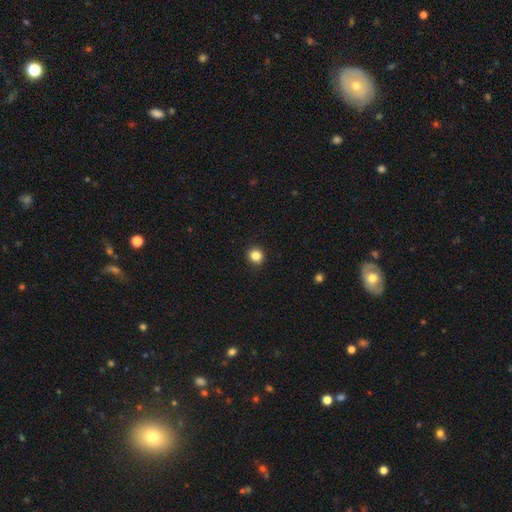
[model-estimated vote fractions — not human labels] smooth_or_featured: smooth (p=0.84) [alt: star or artifact p=0.11]
how_rounded: round (p=0.92) [alt: in between p=0.07]
merging: none (p=0.92) [alt: minor disturbance p=0.05]